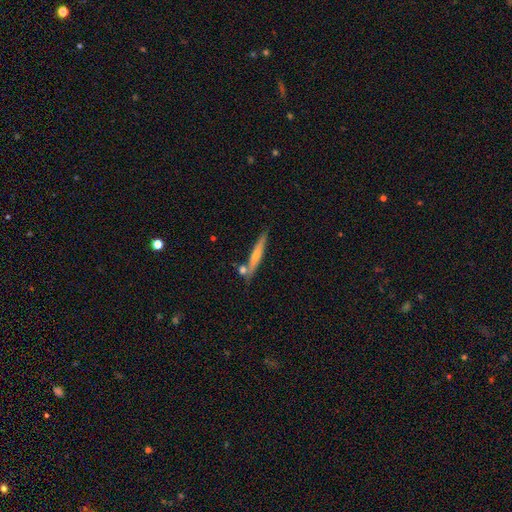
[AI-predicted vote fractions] This appears to be a featured or disk galaxy (54%) viewed edge-on (94%) with a rounded central bulge (68%). Merging: none (75%).